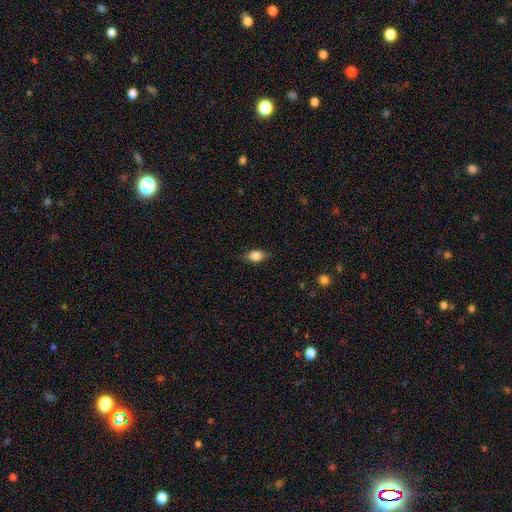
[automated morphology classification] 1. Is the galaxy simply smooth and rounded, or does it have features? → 84% smooth, 8% star or artifact, 8% featured or disk.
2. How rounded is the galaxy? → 84% in between, 11% round, 5% cigar-shaped.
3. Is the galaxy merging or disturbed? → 82% none, 14% minor disturbance, 3% major disturbance, 1% merger.